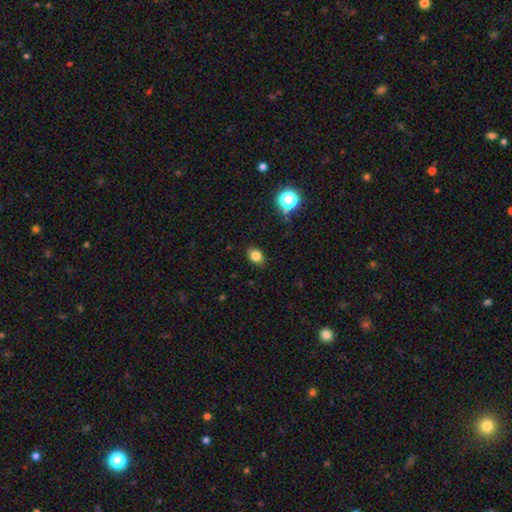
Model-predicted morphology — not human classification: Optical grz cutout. It shows a smooth galaxy with no disk features (82%) that is in between round and cigar-shaped (67%). Merging: none (88%).